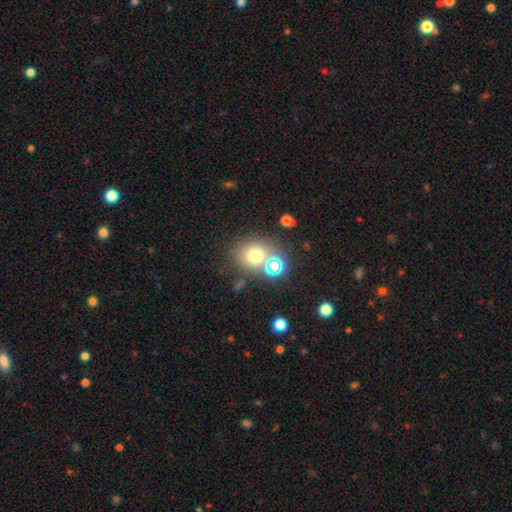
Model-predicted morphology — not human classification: Smooth or featured?
  - smooth: 67% *
  - star or artifact: 22%
  - featured or disk: 11%
How rounded?
  - round: 73% *
  - in between: 26%
  - cigar-shaped: 1%
Merging?
  - none: 65% *
  - merger: 18%
  - minor disturbance: 12%
  - major disturbance: 6%